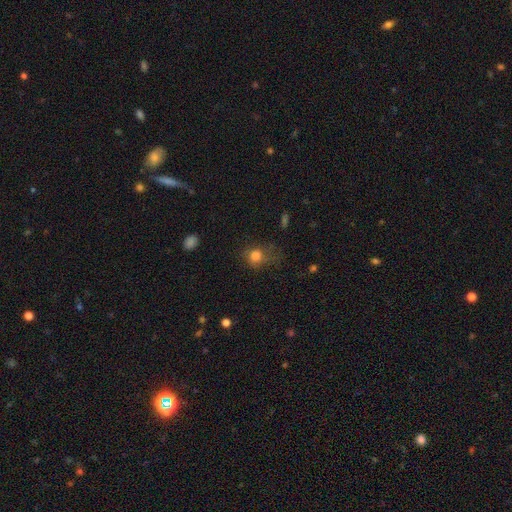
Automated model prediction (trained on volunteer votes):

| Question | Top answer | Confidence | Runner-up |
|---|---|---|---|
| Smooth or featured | smooth | 79% | star or artifact (13%) |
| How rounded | round | 72% | in between (27%) |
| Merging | none | 48% | minor disturbance (25%) |